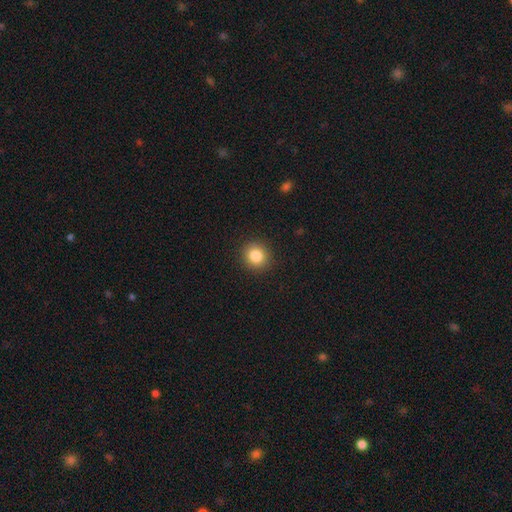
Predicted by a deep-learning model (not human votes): Q: Smooth or featured?
A: smooth (84%); runner-up: star or artifact (11%)
Q: How rounded?
A: round (89%); runner-up: in between (10%)
Q: Merging?
A: none (91%); runner-up: minor disturbance (6%)